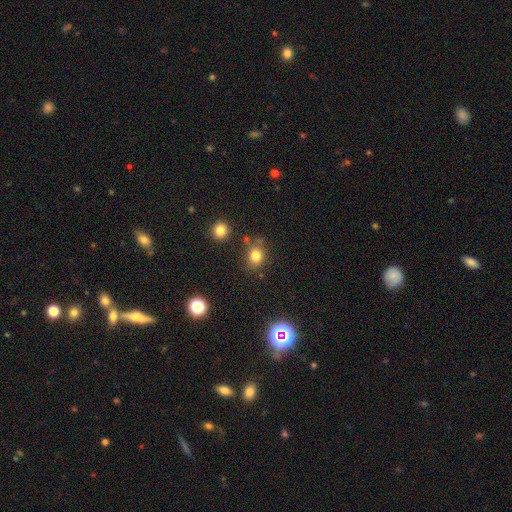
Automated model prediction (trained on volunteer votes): smooth-or-featured: smooth: 79% | star or artifact: 14% | featured or disk: 7%
  how-rounded: round: 68% | in between: 31% | cigar-shaped: 1%
  merging: none: 74% | minor disturbance: 14% | merger: 8% | major disturbance: 4%